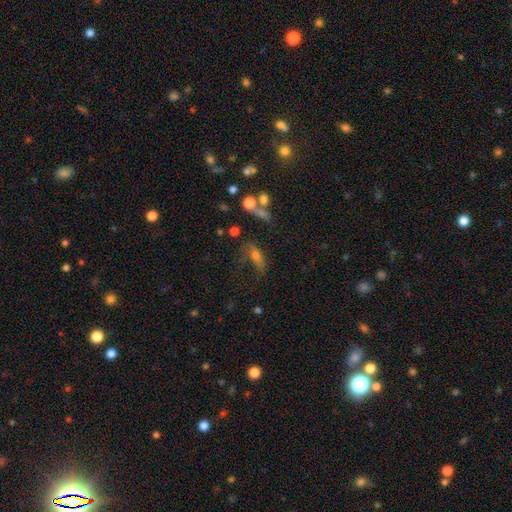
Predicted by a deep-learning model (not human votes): Smooth or featured: smooth — 48% (featured or disk — 34%)
Merging: none — 37% (major disturbance — 31%)